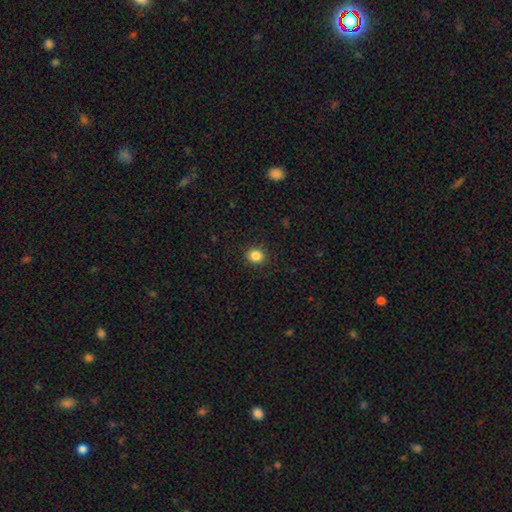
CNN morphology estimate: A smooth galaxy with no disk features (85%) that is round (81%). Merging: none (90%).